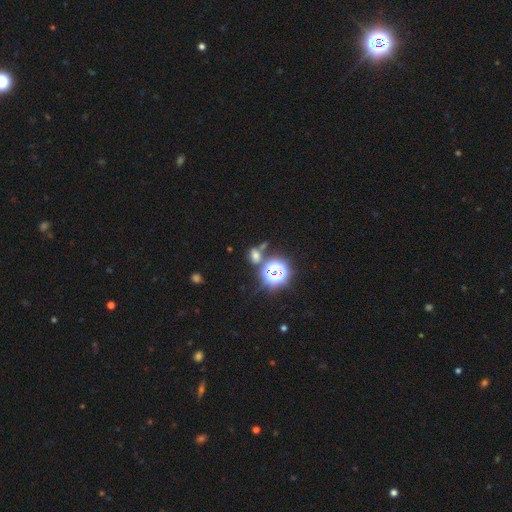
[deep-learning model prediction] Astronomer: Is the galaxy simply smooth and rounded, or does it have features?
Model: smooth — 45% (runner-up: star or artifact, 43%).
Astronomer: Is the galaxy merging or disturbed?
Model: none — 63%.